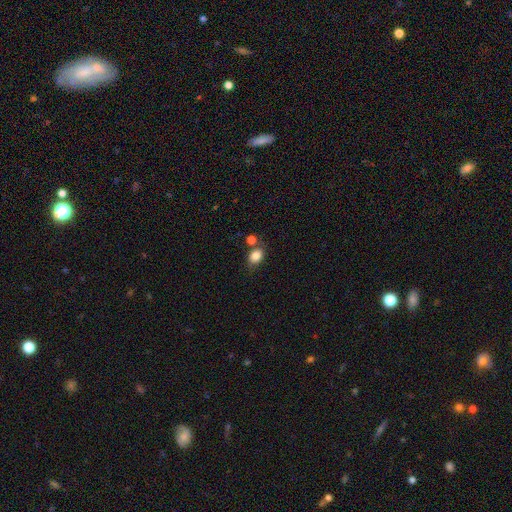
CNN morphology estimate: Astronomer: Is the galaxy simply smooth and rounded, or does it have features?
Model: smooth — 84%.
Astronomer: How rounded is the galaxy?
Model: in between — 65%.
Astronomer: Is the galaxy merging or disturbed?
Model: none — 62%.